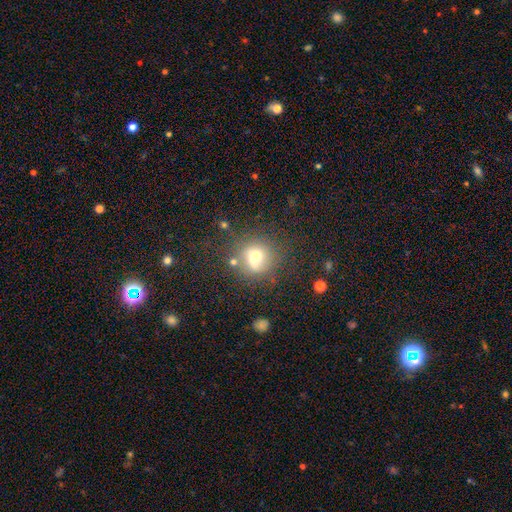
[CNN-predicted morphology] This appears to be a smooth galaxy with no disk features (62%) that is round (84%). Merging: none (62%).